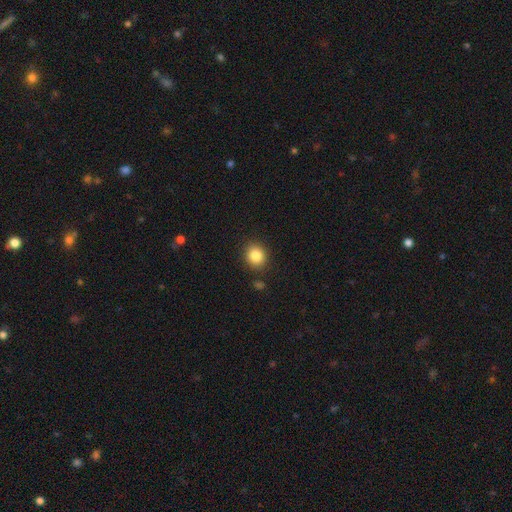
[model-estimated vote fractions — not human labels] A smooth galaxy with no disk features (85%) that is round (78%).

Vote fractions:
- Smooth or featured? smooth: 85% / star or artifact: 10% / featured or disk: 5%
- How rounded? round: 78% / in between: 21% / cigar-shaped: 1%
- Merging? none: 86% / minor disturbance: 8% / merger: 3% / major disturbance: 3%